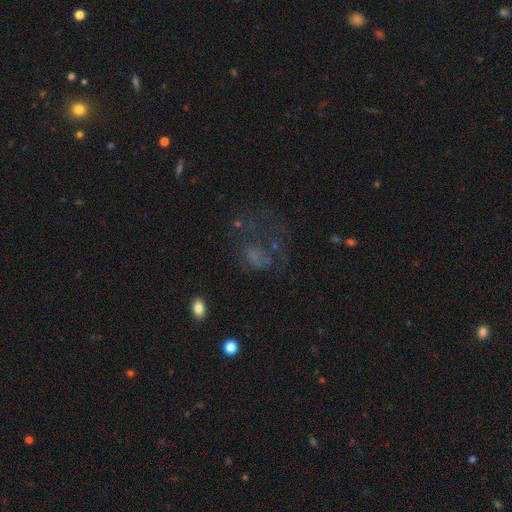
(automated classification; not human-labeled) Morphology: type=featured or disk (37%, tied with smooth); merging=major disturbance (46%).